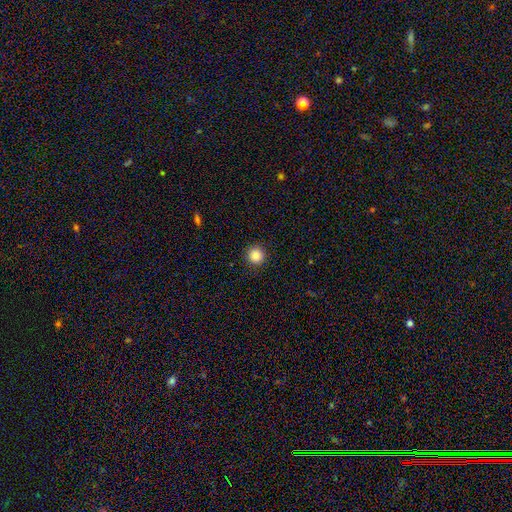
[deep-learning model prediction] Smooth or featured? smooth (86%)
How rounded? round (95%)
Merging? none (92%)